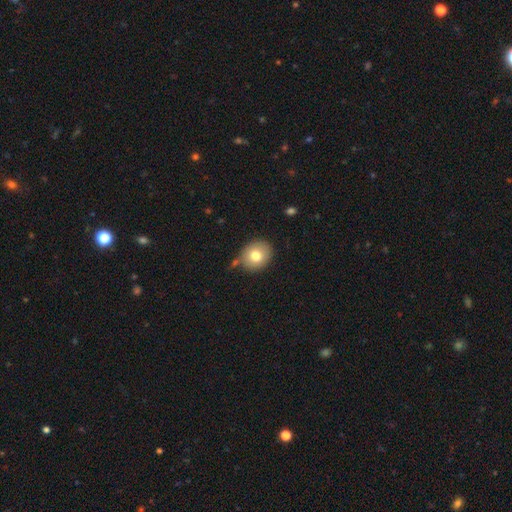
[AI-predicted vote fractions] smooth 77%, featured or disk 13%, star or artifact 10%. Down the decision tree: how rounded — round (73%); merging — none (77%).